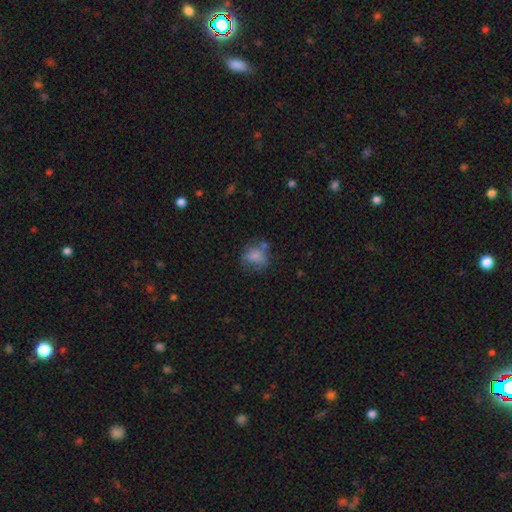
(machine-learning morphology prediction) This appears to be a smooth galaxy with no disk features (70%) that is in between round and cigar-shaped (54%). Merging: none (41%).